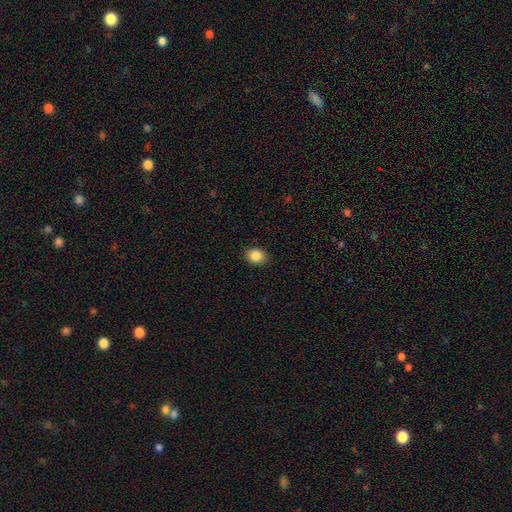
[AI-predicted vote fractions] Overall: smooth (86%). How rounded: round (51%; in between 48%). Merging: none (88%).